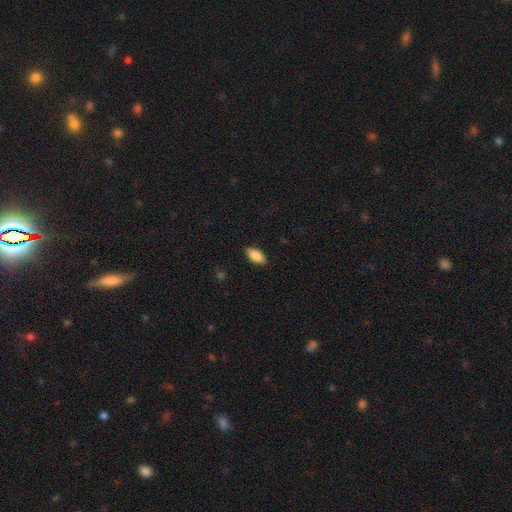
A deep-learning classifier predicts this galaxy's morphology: Overall: smooth (88%). How rounded: in between (91%). Merging: none (88%).